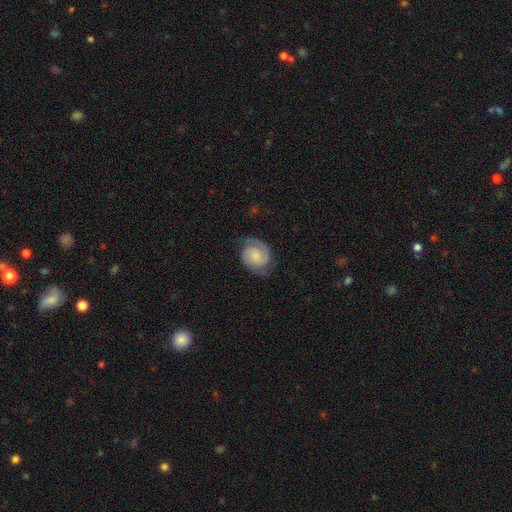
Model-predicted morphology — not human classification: This appears to be a featured or disk galaxy (77%) with no bar (64%), 2 (88%) tight (48%) spiral arms (96%) and a small central bulge (51%). Merging: none (77%).